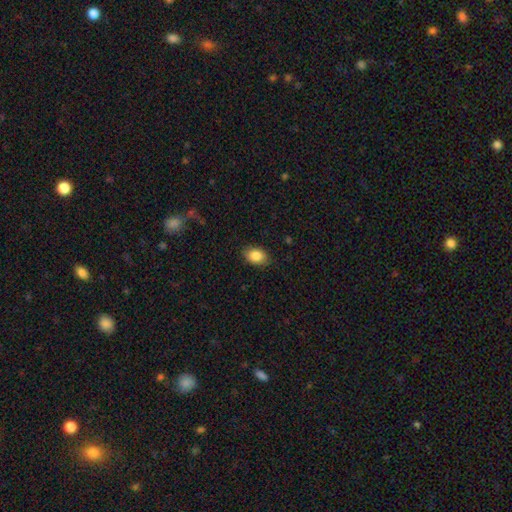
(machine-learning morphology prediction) Smooth or featured?
  - smooth: 86% *
  - star or artifact: 8%
  - featured or disk: 6%
How rounded?
  - in between: 83% *
  - round: 16%
  - cigar-shaped: 1%
Merging?
  - none: 85% *
  - minor disturbance: 11%
  - major disturbance: 3%
  - merger: 1%